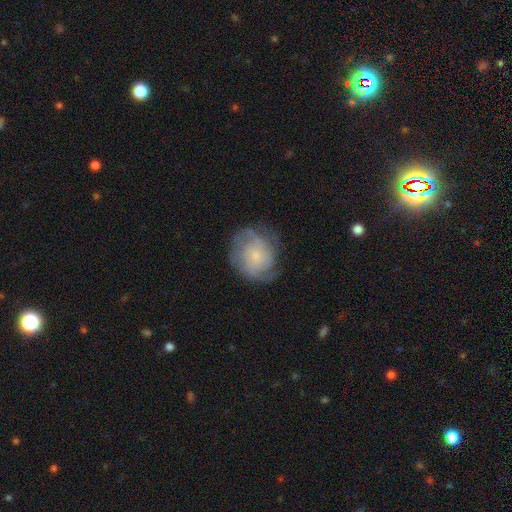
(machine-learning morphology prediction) The model was most divided on "smooth or featured": featured or disk: 60%, smooth: 32%, star or artifact: 8%. More confident: edge-on disk — no (97%); spiral arms — yes (85%); bar — no (80%); bulge size — small (73%); merging — none (65%).